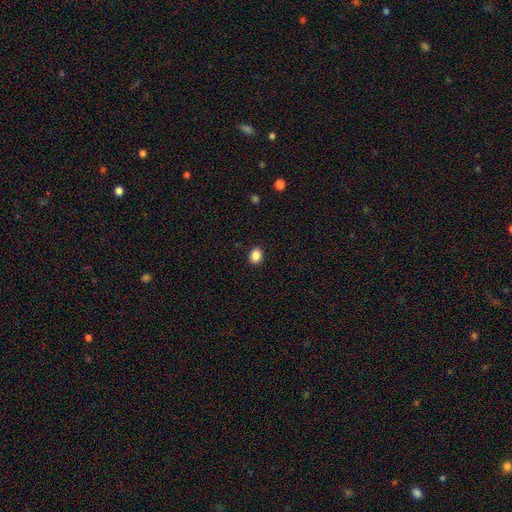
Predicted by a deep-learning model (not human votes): Smooth or featured: smooth — 87% (star or artifact — 10%)
How rounded: round — 51% (in between — 49%)
Merging: none — 91% (minor disturbance — 6%)